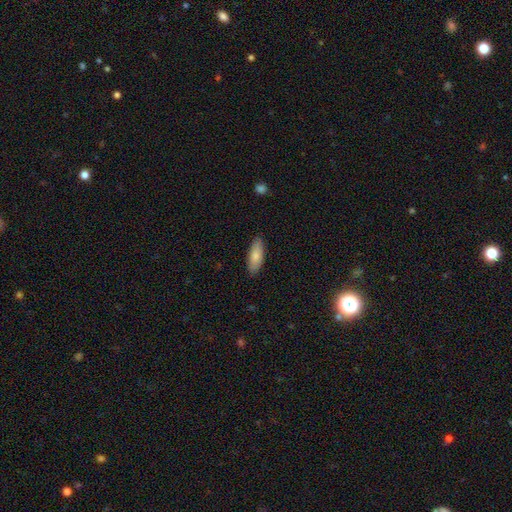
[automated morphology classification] The model was most divided on "how rounded": in between: 67%, cigar-shaped: 31%, round: 2%. More confident: merging — none (86%); smooth or featured — smooth (83%).